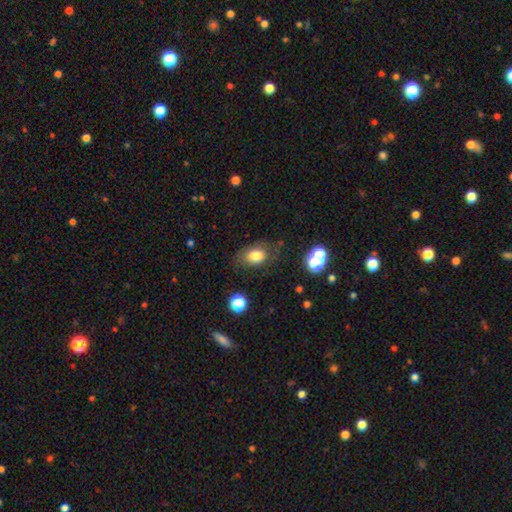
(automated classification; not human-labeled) Smooth or featured: smooth — 76% (featured or disk — 13%)
How rounded: in between — 81% (round — 18%)
Merging: none — 67% (minor disturbance — 21%)